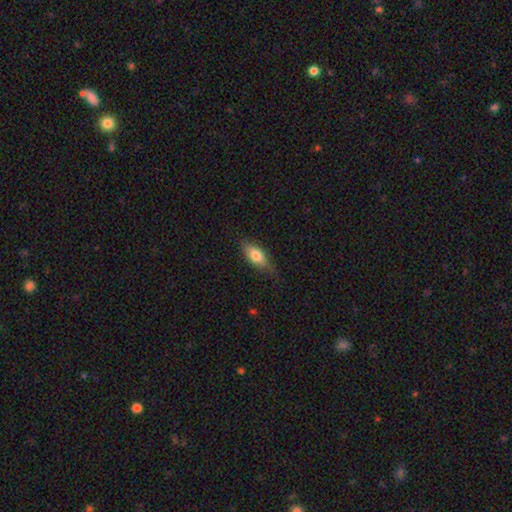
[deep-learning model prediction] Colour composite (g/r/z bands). It shows a smooth galaxy with no disk features (71%) that is in between round and cigar-shaped (79%). Merging: none (69%).